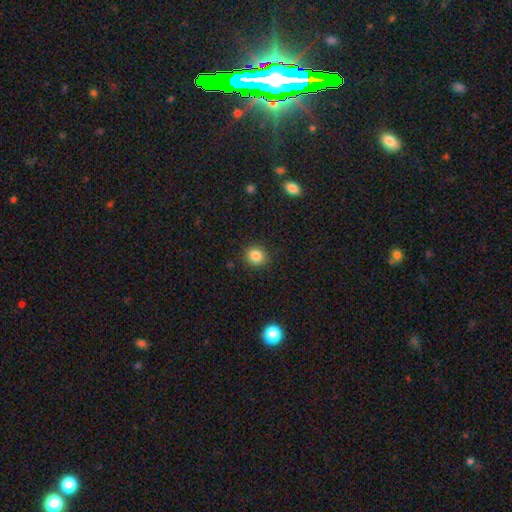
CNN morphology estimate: A smooth galaxy with no disk features (85%) that is round (85%).

Vote fractions:
- Smooth or featured? smooth: 85% / star or artifact: 11% / featured or disk: 5%
- How rounded? round: 85% / in between: 14% / cigar-shaped: 1%
- Merging? none: 89% / minor disturbance: 7% / major disturbance: 2% / merger: 1%